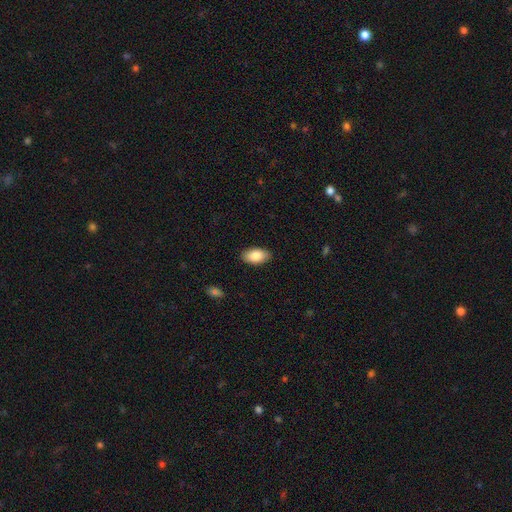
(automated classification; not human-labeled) This is clearly a smooth galaxy (86%). How rounded: clearly in between (94%). Merging: clearly none (88%).